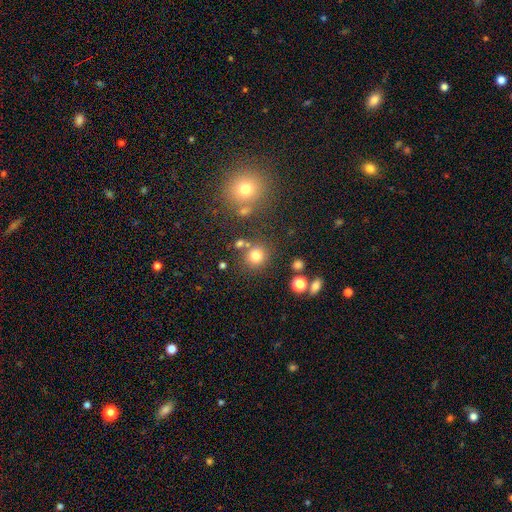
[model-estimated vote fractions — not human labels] Smooth or featured: smooth — 77% (star or artifact — 16%)
How rounded: round — 88% (in between — 11%)
Merging: none — 75% (merger — 11%)